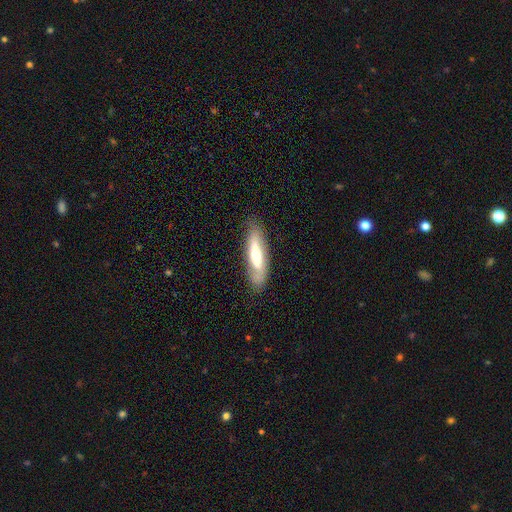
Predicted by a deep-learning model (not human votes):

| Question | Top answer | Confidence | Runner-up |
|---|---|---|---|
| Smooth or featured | smooth | 48% | featured or disk (47%) |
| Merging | none | 78% | minor disturbance (16%) |